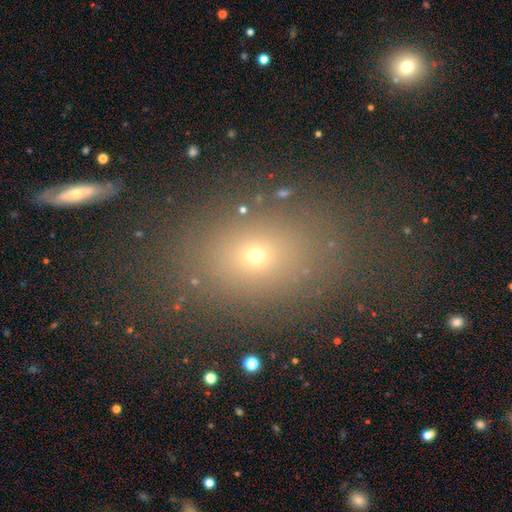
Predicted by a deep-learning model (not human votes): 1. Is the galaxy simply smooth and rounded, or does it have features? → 61% smooth, 25% star or artifact, 14% featured or disk.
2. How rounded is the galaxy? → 60% in between, 37% round, 2% cigar-shaped.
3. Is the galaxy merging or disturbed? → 79% none, 11% minor disturbance, 7% major disturbance, 3% merger.